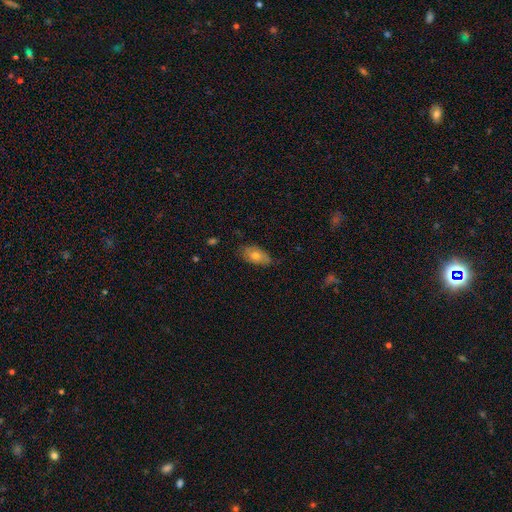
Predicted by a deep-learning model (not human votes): The model was most divided on "smooth or featured": smooth: 65%, featured or disk: 27%, star or artifact: 8%. More confident: how rounded — in between (89%); merging — none (73%).